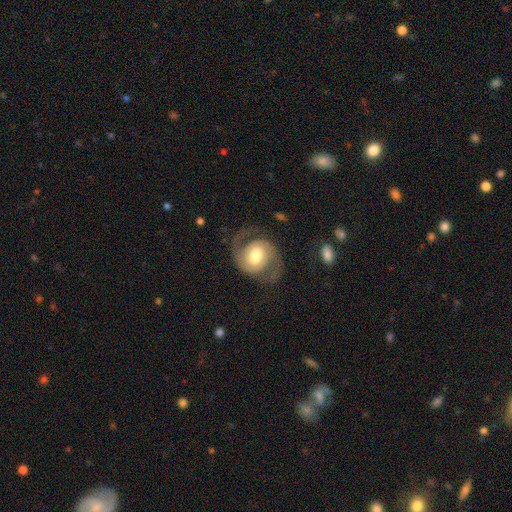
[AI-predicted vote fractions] A featured or disk galaxy (87%) with no bar (49%), 2 (94%) medium (55%) spiral arms (97%) and a moderate central bulge (65%). Merging: none (76%).